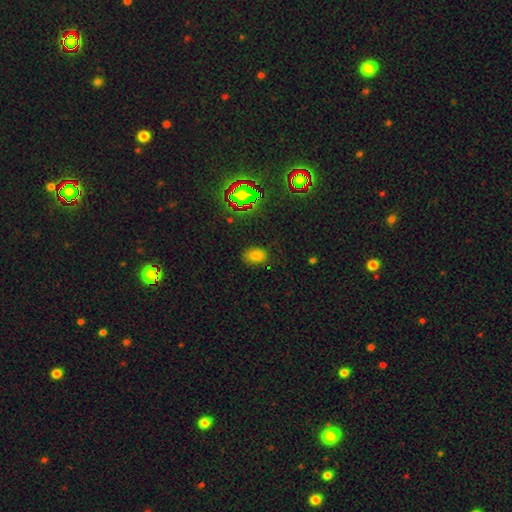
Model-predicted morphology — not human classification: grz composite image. It shows a smooth galaxy with no disk features (73%) that is in between round and cigar-shaped (79%). Merging: none (79%).